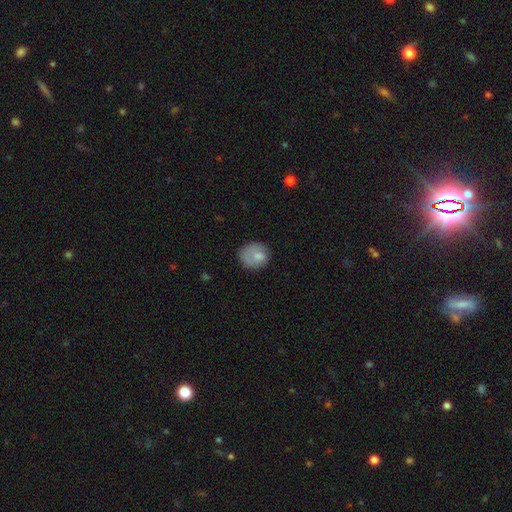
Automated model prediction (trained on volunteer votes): Smooth or featured? smooth (75%)
How rounded? round (73%)
Merging? none (61%)